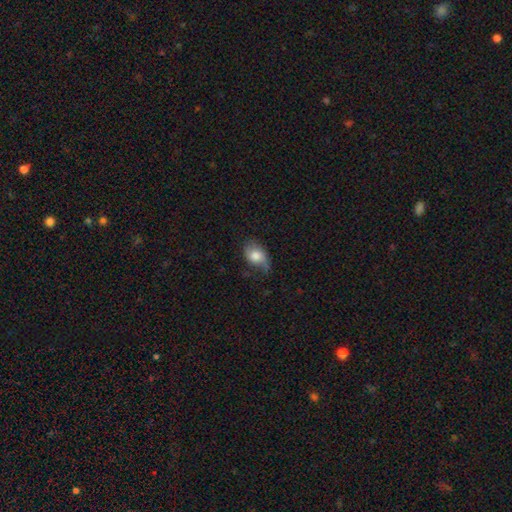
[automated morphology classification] Overall: smooth (68%). How rounded: in between (82%). Merging: none (49%; minor disturbance 35%).